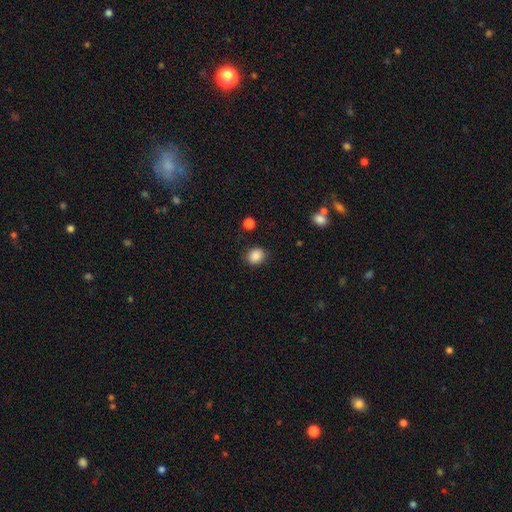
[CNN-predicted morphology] Q: Smooth or featured?
A: smooth (87%); runner-up: star or artifact (9%)
Q: How rounded?
A: round (68%); runner-up: in between (31%)
Q: Merging?
A: none (86%); runner-up: minor disturbance (10%)